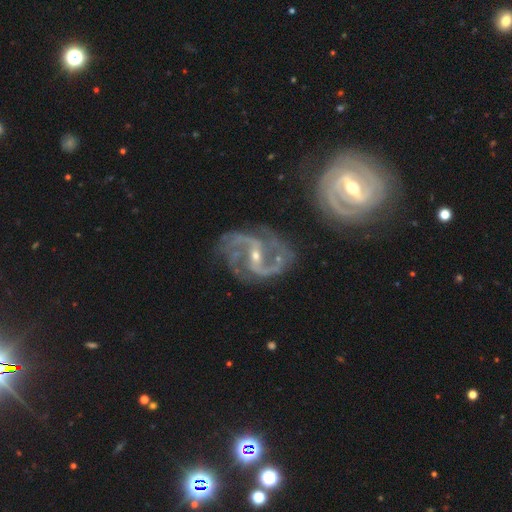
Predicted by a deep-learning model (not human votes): Q: Smooth or featured?
A: featured or disk (90%); runner-up: star or artifact (7%)
Q: Edge-on disk?
A: no (97%); runner-up: yes (3%)
Q: Bar?
A: strong (45%); runner-up: weak (40%)
Q: Spiral arms?
A: yes (97%); runner-up: no (3%)
Q: Spiral winding?
A: medium (53%); runner-up: loose (24%)
Q: Spiral arm count?
A: 2 (79%); runner-up: 3 (6%)
Q: Bulge size?
A: small (65%); runner-up: moderate (32%)
Q: Merging?
A: none (66%); runner-up: minor disturbance (17%)